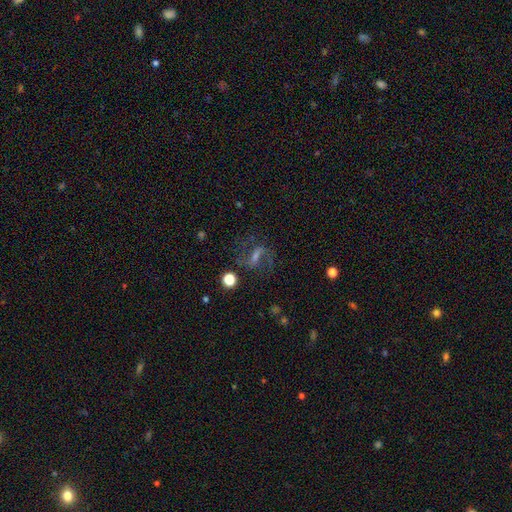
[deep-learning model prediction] Smooth or featured?
  - featured or disk: 62% *
  - star or artifact: 20%
  - smooth: 18%
Edge-on disk?
  - no: 92% *
  - yes: 8%
Bar?
  - strong: 43% *
  - weak: 40%
  - no: 17%
Spiral arms?
  - yes: 83% *
  - no: 17%
Bulge size?
  - small: 40% *
  - moderate: 28%
  - none: 25%
  - large: 6%
  - dominant: 2%
Merging?
  - none: 68% *
  - major disturbance: 15%
  - minor disturbance: 14%
  - merger: 3%